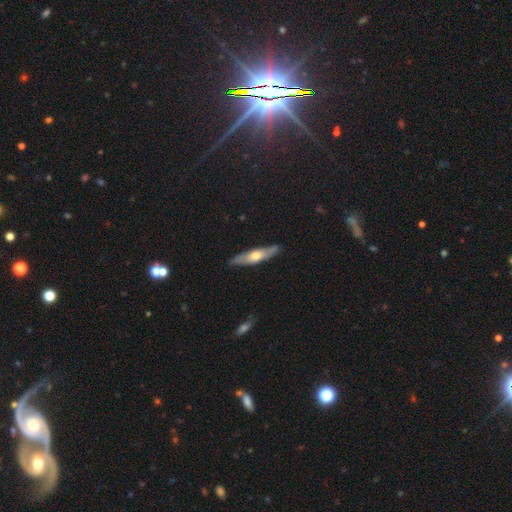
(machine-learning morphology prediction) Overall: featured or disk (52%; smooth 43%). Edge-on disk: yes (79%). Merging: none (85%).